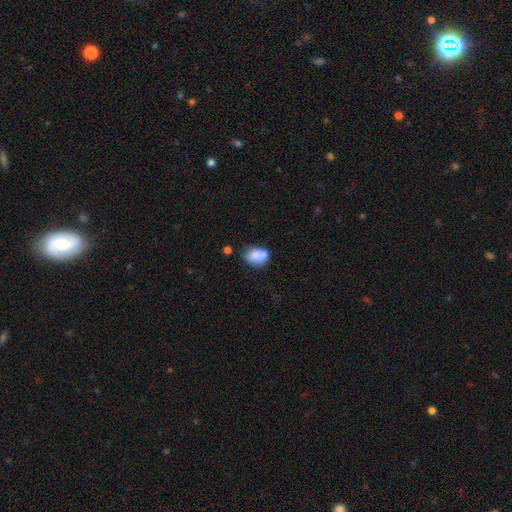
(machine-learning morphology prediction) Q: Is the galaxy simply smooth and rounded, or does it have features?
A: smooth — 74%.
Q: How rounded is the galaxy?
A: in between — 72%.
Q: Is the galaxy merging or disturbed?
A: none — 39%.